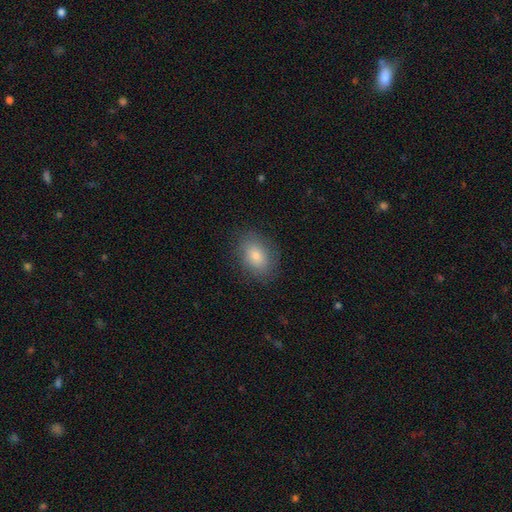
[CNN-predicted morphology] This appears to be a smooth galaxy with no disk features (79%) that is in between round and cigar-shaped (74%). Merging: none (84%).